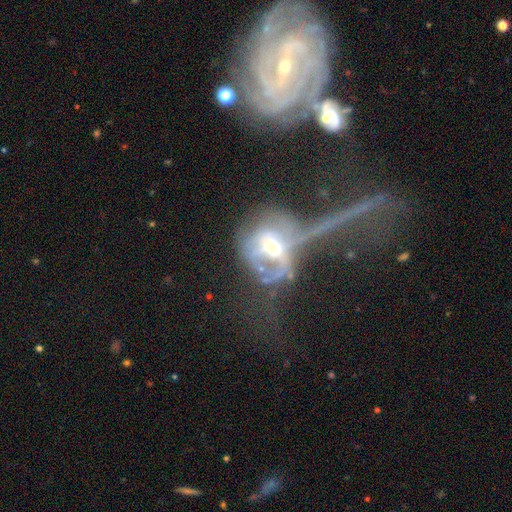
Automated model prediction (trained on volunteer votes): featured or disk 65%, star or artifact 18%, smooth 18%. Down the decision tree: edge-on disk — no (82%); bar — no (61%); spiral arms — yes (51%); bulge size — moderate (55%); merging — major disturbance (43%).